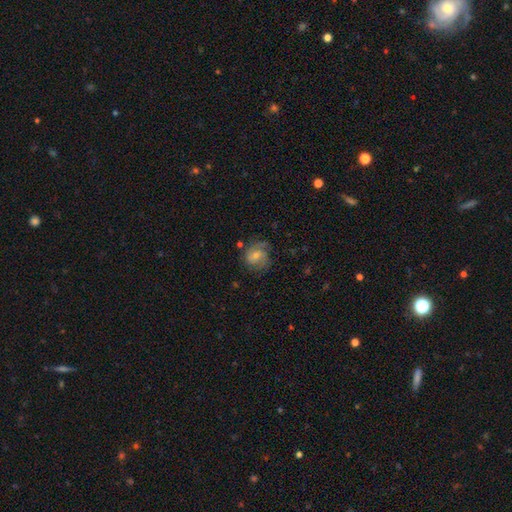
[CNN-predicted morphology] Smooth or featured: featured or disk — 72% (smooth — 21%)
Edge-on disk: no — 98% (yes — 2%)
Bar: no — 57% (weak — 37%)
Spiral arms: yes — 93% (no — 7%)
Spiral winding: medium — 43% (tight — 42%)
Spiral arm count: 2 — 57% (can't tell — 15%)
Bulge size: small — 51% (moderate — 42%)
Merging: none — 66% (minor disturbance — 21%)